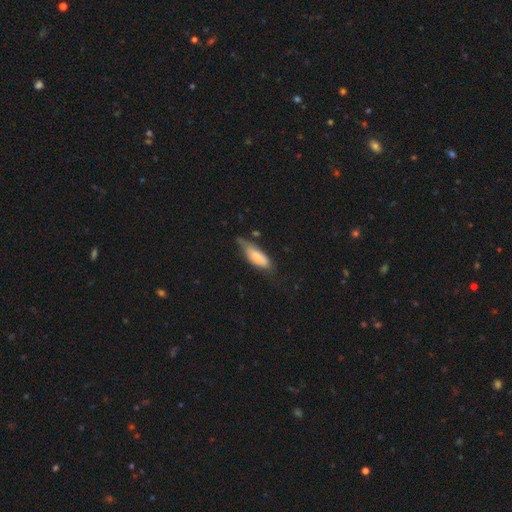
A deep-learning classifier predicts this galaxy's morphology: smooth-or-featured: smooth: 70% | featured or disk: 23% | star or artifact: 6%
  how-rounded: in between: 68% | cigar-shaped: 30% | round: 2%
  merging: none: 44% | minor disturbance: 39% | major disturbance: 13% | merger: 4%